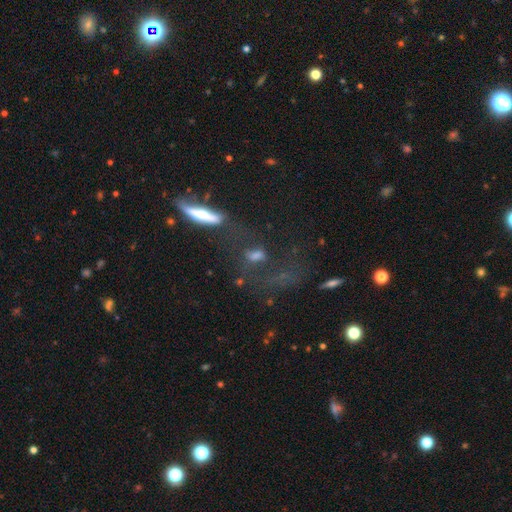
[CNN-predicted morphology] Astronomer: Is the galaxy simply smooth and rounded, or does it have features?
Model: smooth — 42% (runner-up: featured or disk, 35%).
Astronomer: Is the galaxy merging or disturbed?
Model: none — 39% (runner-up: major disturbance, 29%).